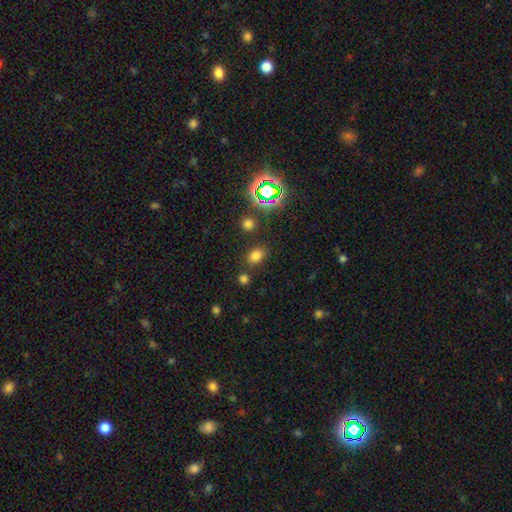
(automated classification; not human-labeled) Smooth or featured? smooth (73%)
How rounded? in between (63%)
Merging? none (78%)